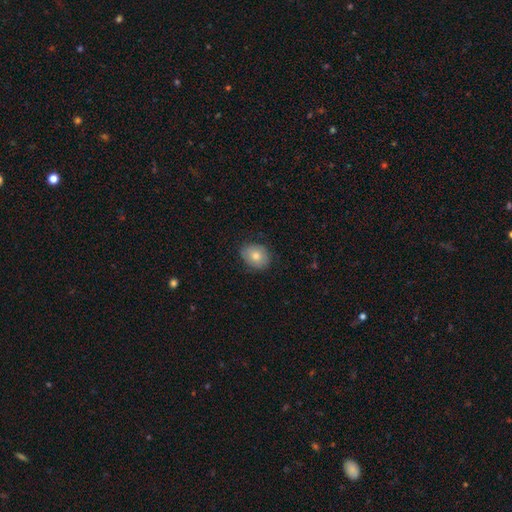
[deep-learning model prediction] Morphology: type=smooth (73%); roundness=round (56%); merging=none (82%).